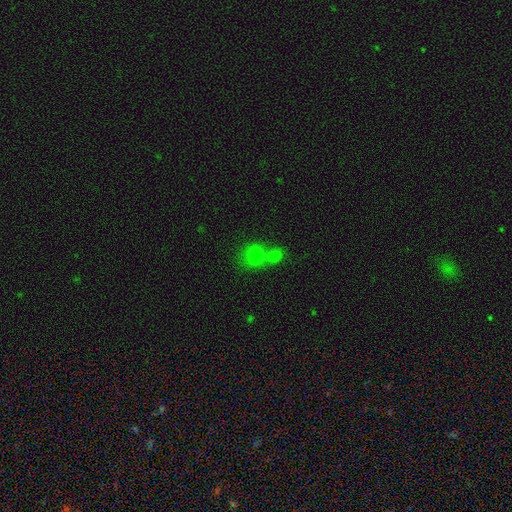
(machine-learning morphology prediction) The model was most divided on "how rounded": round: 56%, in between: 42%, cigar-shaped: 1%. More confident: smooth or featured — smooth (73%); merging — merger (55%).